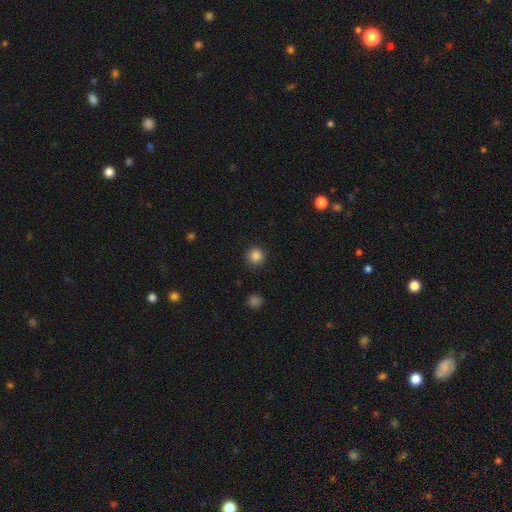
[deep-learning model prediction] Smooth or featured? smooth (86%)
How rounded? round (95%)
Merging? none (89%)